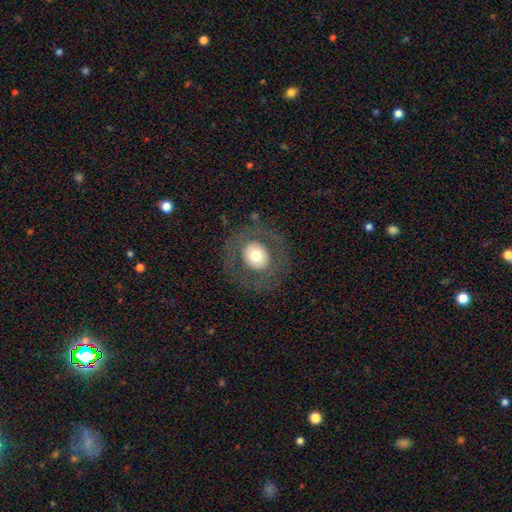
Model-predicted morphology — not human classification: Smooth or featured? smooth (58%)
How rounded? round (80%)
Merging? none (79%)